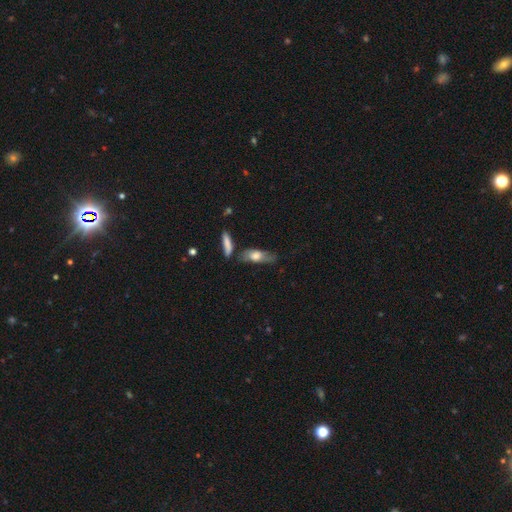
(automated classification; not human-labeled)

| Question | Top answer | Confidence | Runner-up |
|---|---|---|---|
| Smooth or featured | smooth | 57% | featured or disk (35%) |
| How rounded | in between | 58% | cigar-shaped (38%) |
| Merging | none | 54% | minor disturbance (27%) |